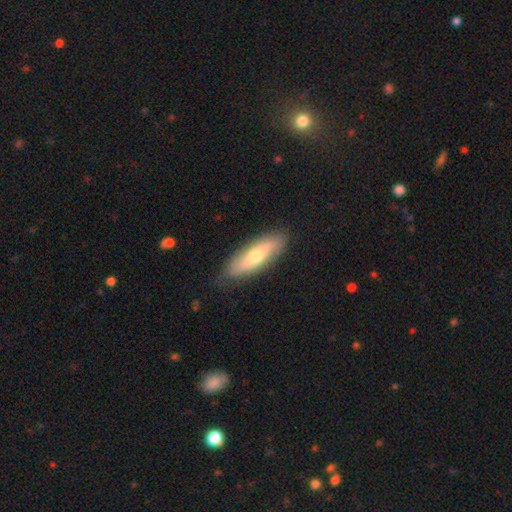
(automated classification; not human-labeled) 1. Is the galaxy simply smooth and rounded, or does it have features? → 56% smooth, 38% featured or disk, 6% star or artifact.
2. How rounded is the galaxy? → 55% in between, 42% cigar-shaped, 2% round.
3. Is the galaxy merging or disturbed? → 82% none, 14% minor disturbance, 3% major disturbance, 1% merger.